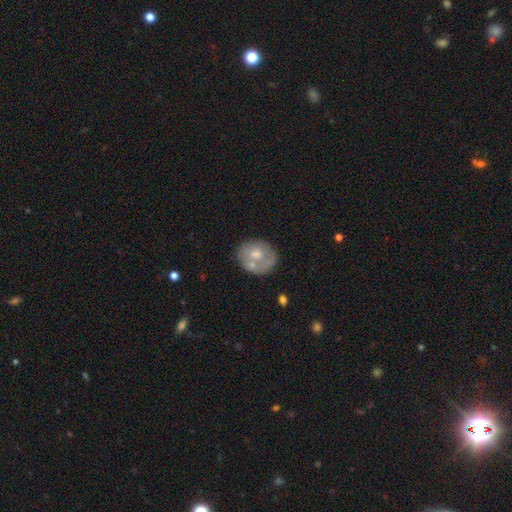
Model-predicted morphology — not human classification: Smooth or featured? smooth (54%)
How rounded? round (62%)
Merging? none (51%)